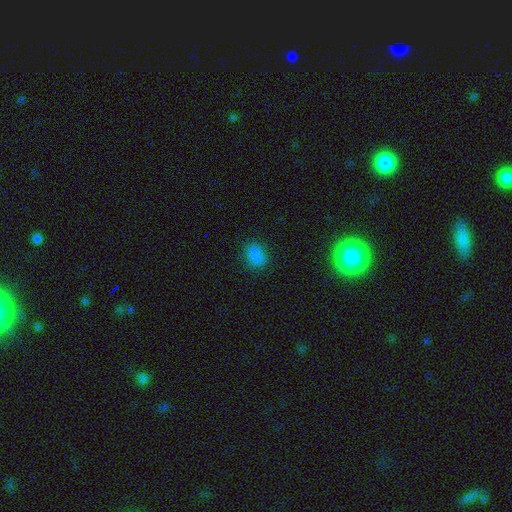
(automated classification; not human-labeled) This is clearly a smooth galaxy (81%). How rounded: likely in between (74%). Merging: clearly none (81%).